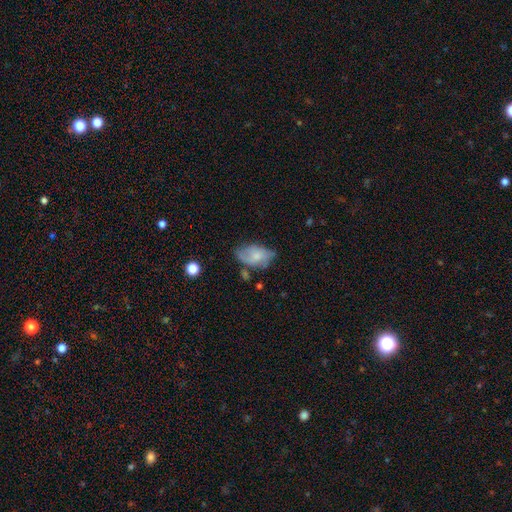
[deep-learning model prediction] Morphology: type=smooth (53%); roundness=in between (89%); merging=none (44%).